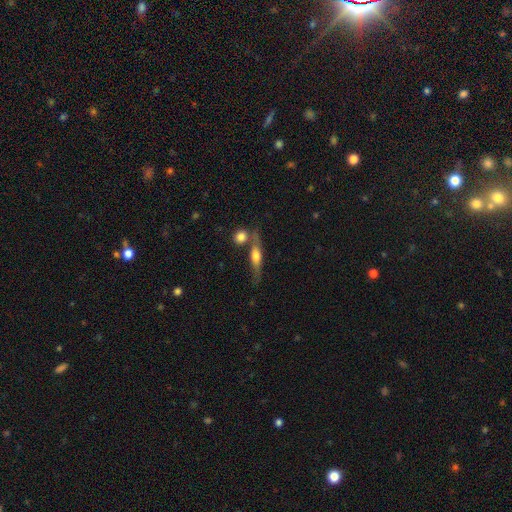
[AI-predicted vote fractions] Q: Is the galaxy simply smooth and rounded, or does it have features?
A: featured or disk — 53%.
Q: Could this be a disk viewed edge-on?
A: yes — 86%.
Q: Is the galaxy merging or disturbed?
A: none — 59%.